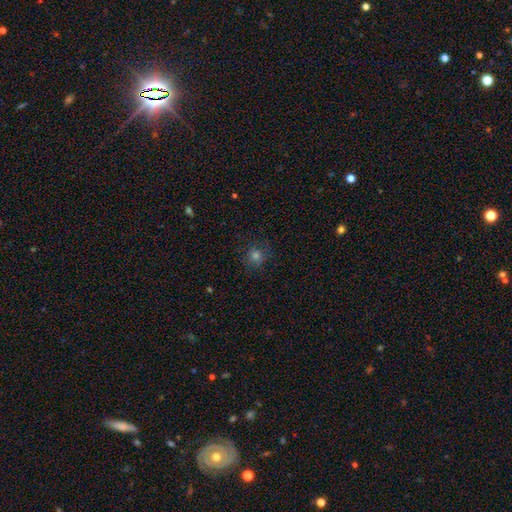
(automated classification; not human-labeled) Smooth or featured?
  - smooth: 61% *
  - star or artifact: 27%
  - featured or disk: 12%
How rounded?
  - round: 90% *
  - in between: 9%
  - cigar-shaped: 1%
Merging?
  - none: 82% *
  - minor disturbance: 11%
  - major disturbance: 5%
  - merger: 1%